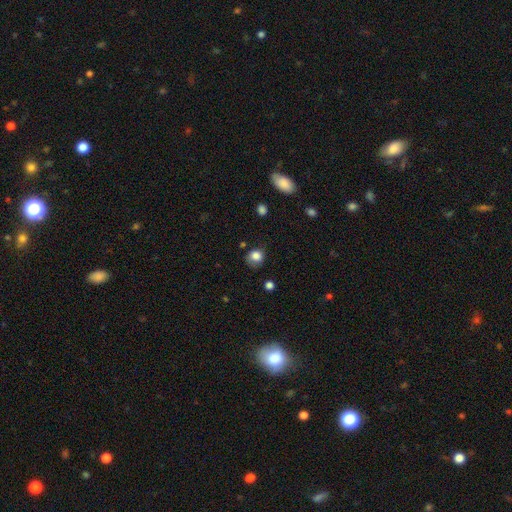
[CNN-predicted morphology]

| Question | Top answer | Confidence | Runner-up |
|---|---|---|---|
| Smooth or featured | smooth | 83% | star or artifact (10%) |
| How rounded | round | 75% | in between (25%) |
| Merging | none | 64% | minor disturbance (26%) |